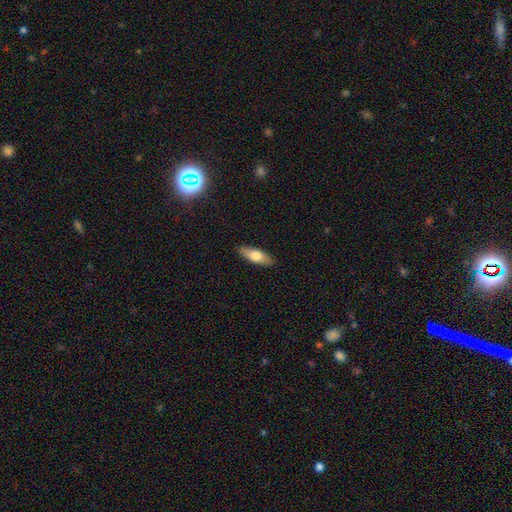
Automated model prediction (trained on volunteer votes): smooth_or_featured: smooth (p=0.68) [alt: featured or disk p=0.27]
how_rounded: in between (p=0.63) [alt: cigar-shaped p=0.35]
merging: none (p=0.89) [alt: minor disturbance p=0.09]